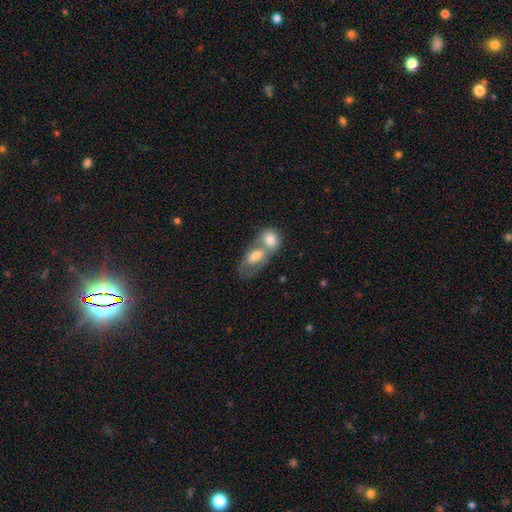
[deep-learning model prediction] Morphology: type=smooth (65%); roundness=in between (84%); merging=merger (74%).